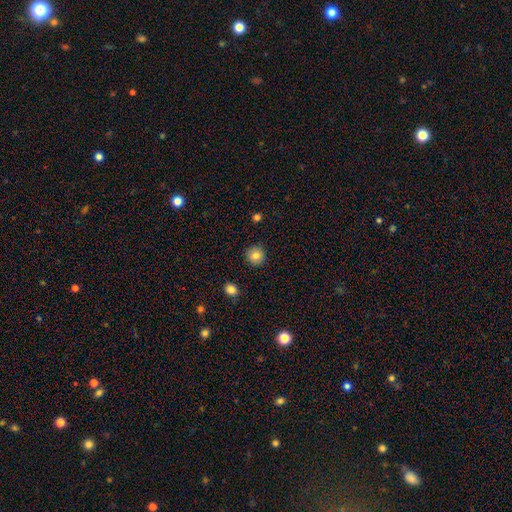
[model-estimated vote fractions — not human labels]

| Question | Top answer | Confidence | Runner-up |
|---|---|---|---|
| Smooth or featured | smooth | 83% | star or artifact (11%) |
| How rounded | round | 93% | in between (6%) |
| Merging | none | 91% | minor disturbance (6%) |